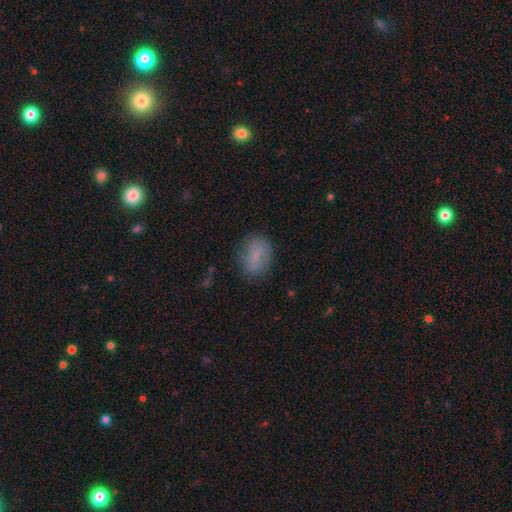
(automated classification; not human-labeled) smooth_or_featured: smooth (p=0.72) [alt: featured or disk p=0.19]
how_rounded: in between (p=0.71) [alt: round p=0.27]
merging: none (p=0.74) [alt: minor disturbance p=0.18]